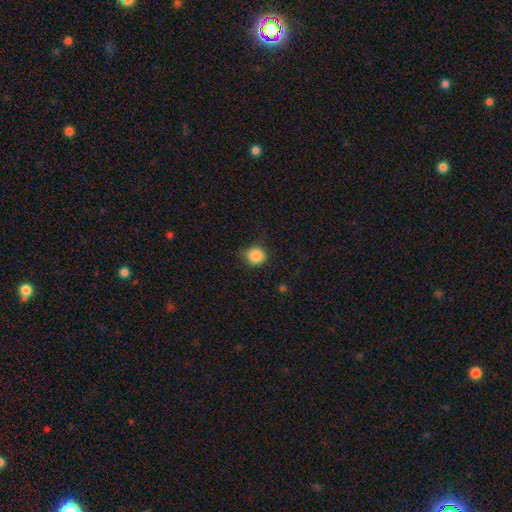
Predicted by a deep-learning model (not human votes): smooth 87%, star or artifact 10%, featured or disk 4%. Down the decision tree: how rounded — round (90%); merging — none (76%).